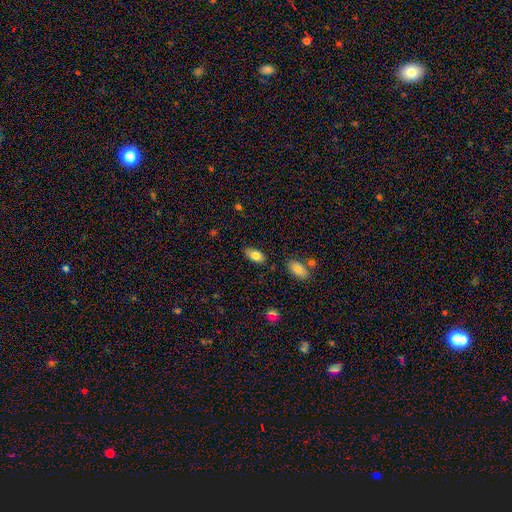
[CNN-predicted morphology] Smooth or featured? Predicted: smooth (p=0.81). How rounded? Predicted: in between (p=0.92). Merging? Predicted: none (p=0.81).